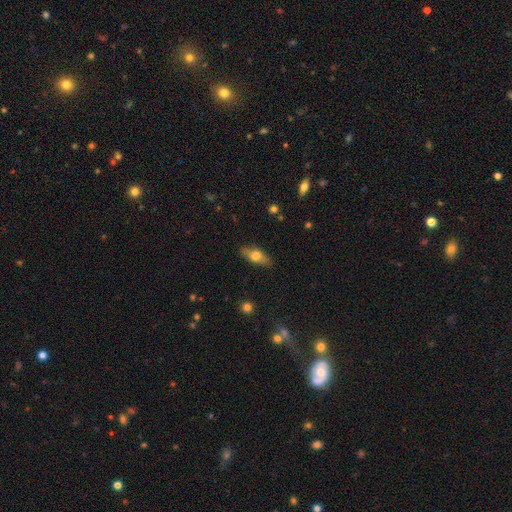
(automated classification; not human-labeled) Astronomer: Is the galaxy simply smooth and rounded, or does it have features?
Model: smooth — 59%.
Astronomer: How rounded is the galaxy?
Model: in between — 72%.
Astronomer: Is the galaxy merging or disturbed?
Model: none — 83%.